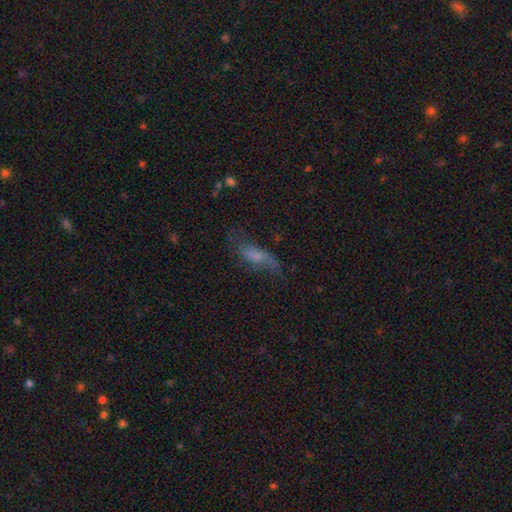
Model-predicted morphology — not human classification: smooth-or-featured: featured or disk: 46% | smooth: 43% | star or artifact: 12%
  merging: none: 48% | minor disturbance: 25% | major disturbance: 24% | merger: 3%